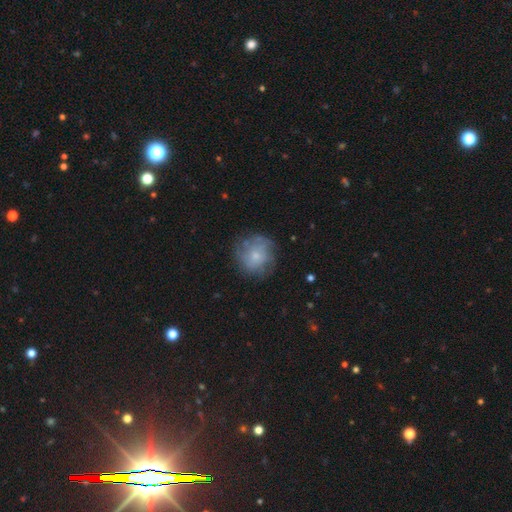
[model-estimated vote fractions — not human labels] Morphology: type=smooth (51%); roundness=round (88%); merging=none (71%).